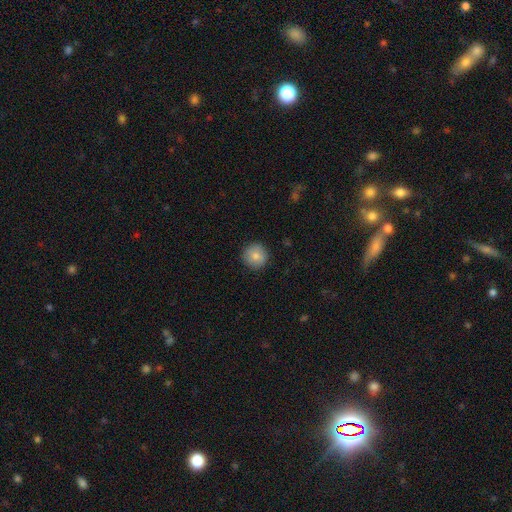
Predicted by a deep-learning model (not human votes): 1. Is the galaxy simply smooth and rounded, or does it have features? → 81% smooth, 11% featured or disk, 8% star or artifact.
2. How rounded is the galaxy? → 95% round, 4% in between, 1% cigar-shaped.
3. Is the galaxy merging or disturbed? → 90% none, 7% minor disturbance, 2% major disturbance, 1% merger.